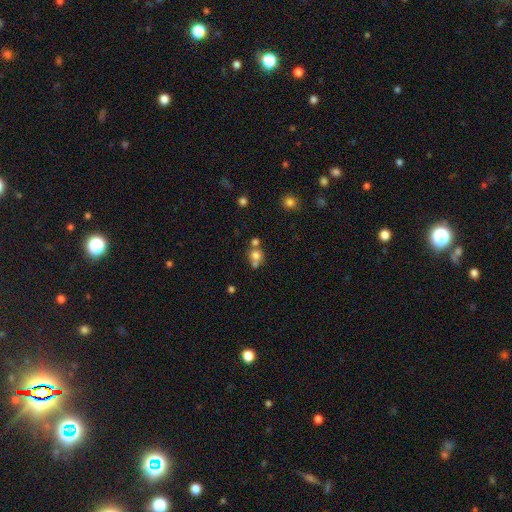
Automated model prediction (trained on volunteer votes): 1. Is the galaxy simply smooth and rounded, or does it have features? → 71% smooth, 15% featured or disk, 14% star or artifact.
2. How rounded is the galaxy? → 81% round, 18% in between, 1% cigar-shaped.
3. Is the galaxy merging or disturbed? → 44% none, 43% merger, 9% minor disturbance, 4% major disturbance.